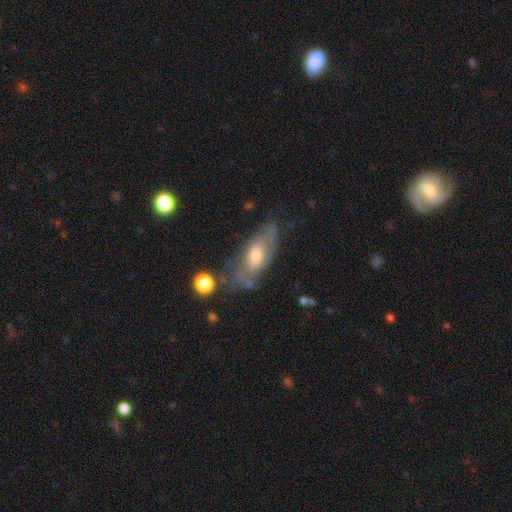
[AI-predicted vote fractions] Morphology: type=featured or disk (68%); edge-on=no (84%); bar=no (62%); spiral arms=yes (73%); bulge=moderate (57%); merging=none (53%).